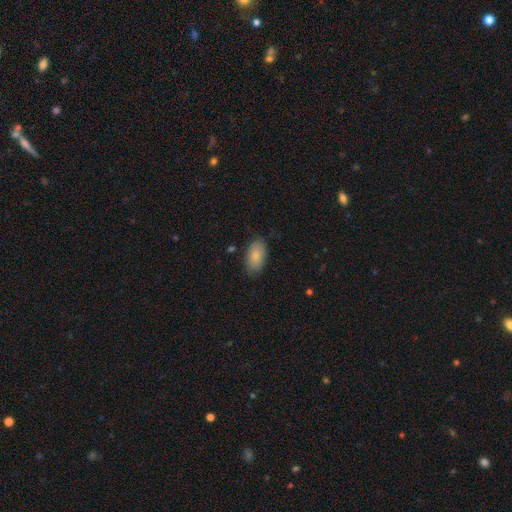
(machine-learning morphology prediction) Smooth or featured? smooth (83%)
How rounded? in between (94%)
Merging? none (79%)